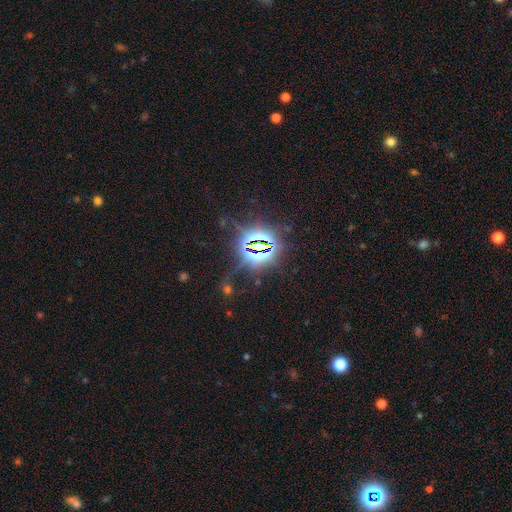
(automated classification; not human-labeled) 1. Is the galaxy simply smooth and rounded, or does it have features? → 85% star or artifact, 8% featured or disk, 8% smooth.